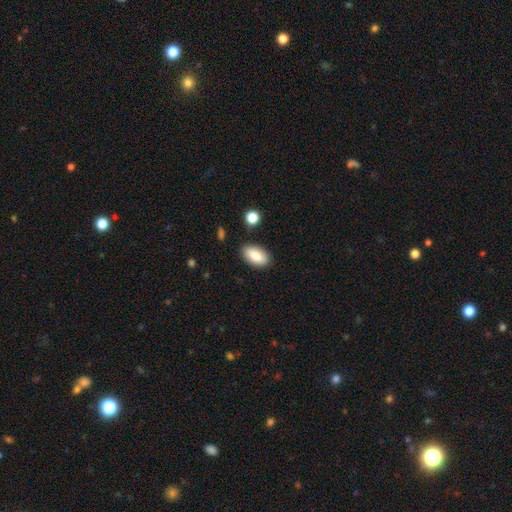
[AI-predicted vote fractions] Q: Smooth or featured?
A: smooth (83%); runner-up: featured or disk (10%)
Q: How rounded?
A: in between (92%); runner-up: cigar-shaped (4%)
Q: Merging?
A: none (85%); runner-up: minor disturbance (10%)